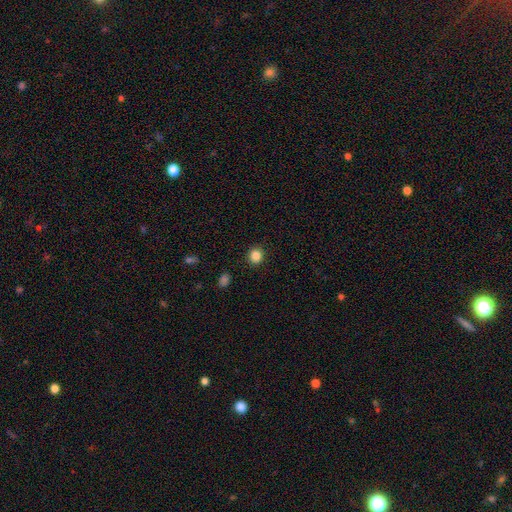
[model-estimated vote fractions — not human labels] This is clearly a smooth galaxy (86%). How rounded: clearly round (86%). Merging: clearly none (91%).